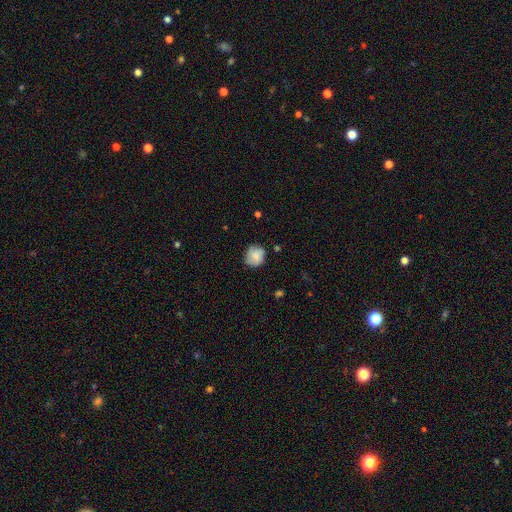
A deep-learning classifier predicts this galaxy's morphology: This appears to be a smooth galaxy with no disk features (71%) that is round (81%). Merging: none (73%).